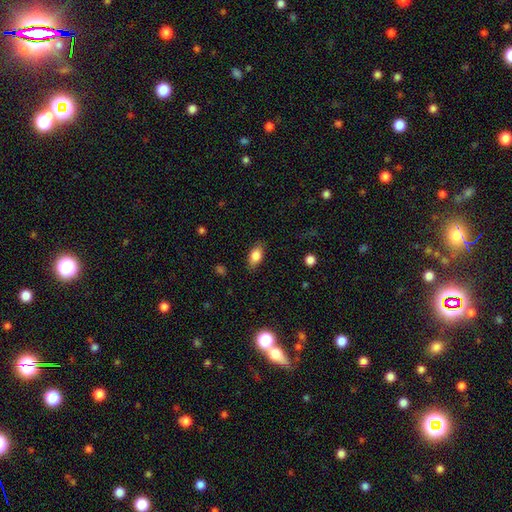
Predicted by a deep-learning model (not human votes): The model was most divided on "merging": none: 82%, minor disturbance: 13%, major disturbance: 3%, merger: 1%. More confident: how rounded — in between (87%); smooth or featured — smooth (83%).